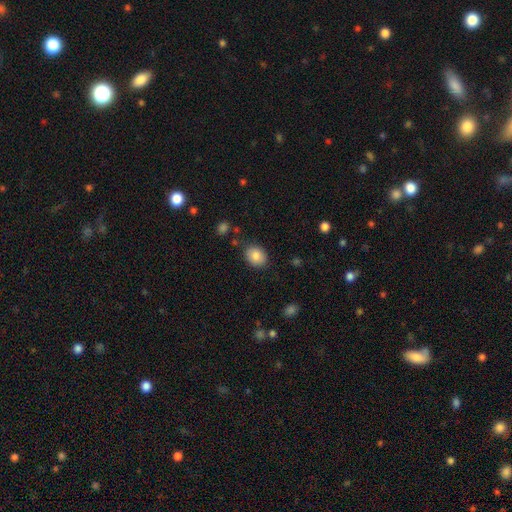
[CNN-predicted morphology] A smooth galaxy with no disk features (85%) that is in between round and cigar-shaped (58%).

Vote fractions:
- Smooth or featured? smooth: 85% / star or artifact: 8% / featured or disk: 7%
- How rounded? in between: 58% / round: 42% / cigar-shaped: 1%
- Merging? none: 84% / minor disturbance: 11% / major disturbance: 3% / merger: 2%